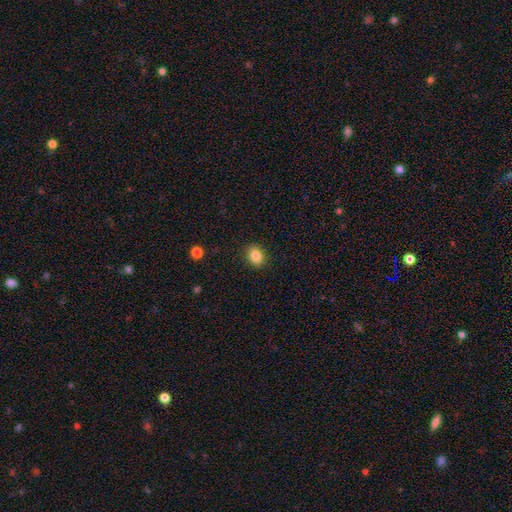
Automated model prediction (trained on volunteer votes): A smooth galaxy with no disk features (84%) that is round (55%).

Vote fractions:
- Smooth or featured? smooth: 84% / star or artifact: 10% / featured or disk: 6%
- How rounded? round: 55% / in between: 44% / cigar-shaped: 1%
- Merging? none: 90% / minor disturbance: 7% / major disturbance: 2% / merger: 1%